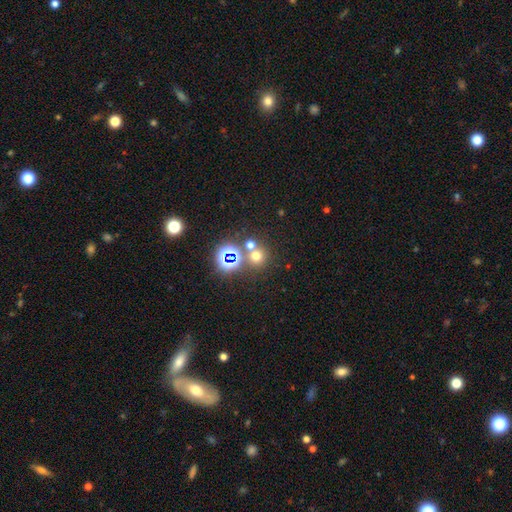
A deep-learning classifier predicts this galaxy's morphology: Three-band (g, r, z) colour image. It shows a smooth galaxy with no disk features (58%) that is round (89%). Merging: none (64%).